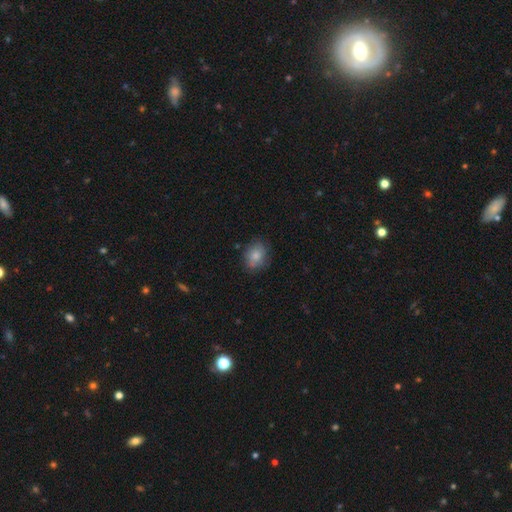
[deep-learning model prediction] smooth_or_featured: smooth (p=0.80) [alt: featured or disk p=0.12]
how_rounded: in between (p=0.51) [alt: round p=0.48]
merging: none (p=0.76) [alt: minor disturbance p=0.18]